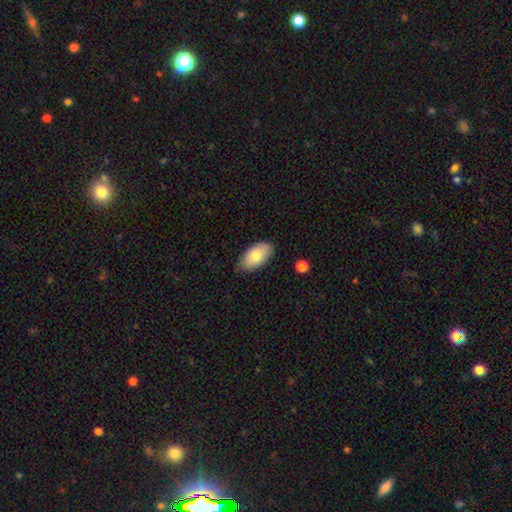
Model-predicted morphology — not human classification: Overall: smooth (78%). How rounded: in between (94%). Merging: none (77%).